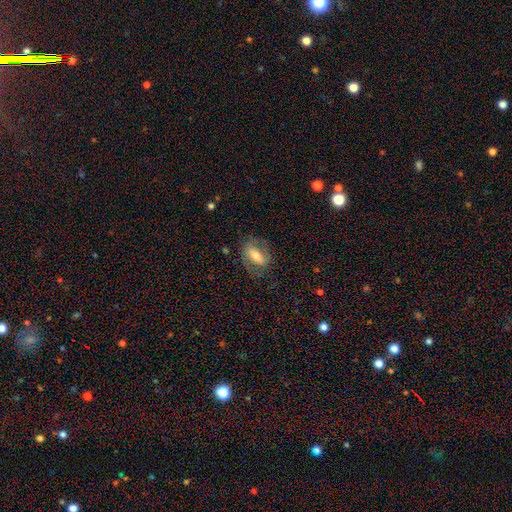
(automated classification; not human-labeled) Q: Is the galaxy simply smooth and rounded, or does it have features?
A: featured or disk — 56%.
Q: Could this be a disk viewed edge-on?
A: no — 90%.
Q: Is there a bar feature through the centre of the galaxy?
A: strong — 46%.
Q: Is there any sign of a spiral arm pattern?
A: yes — 70%.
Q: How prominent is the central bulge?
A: moderate — 61%.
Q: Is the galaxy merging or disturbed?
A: none — 70%.